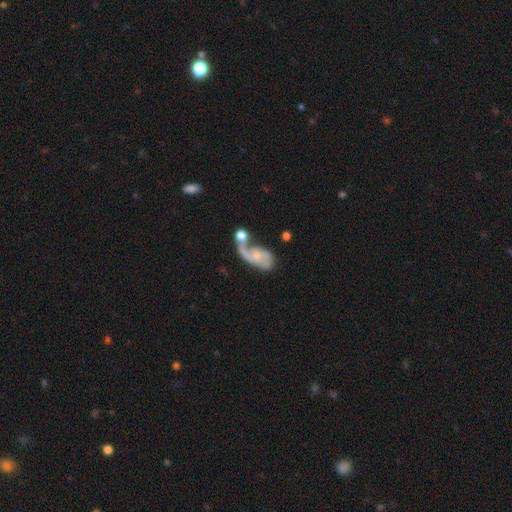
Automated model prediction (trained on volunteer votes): This appears to be a featured or disk galaxy (71%) with no bar (66%), 2 (54%) loose (54%) spiral arms (84%) and a small central bulge (60%). Merging: merger (33%).